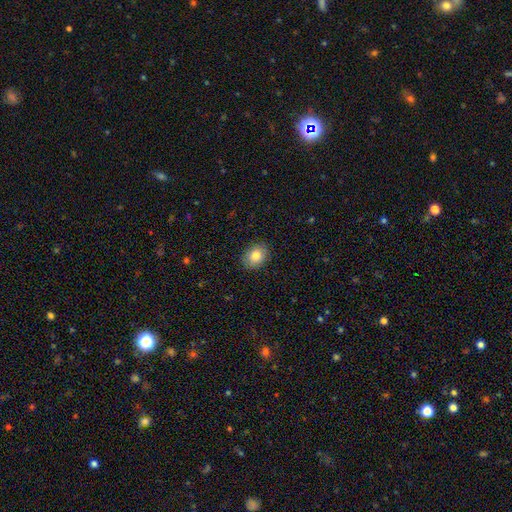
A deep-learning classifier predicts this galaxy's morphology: A smooth galaxy with no disk features (83%) that is in between round and cigar-shaped (58%).

Vote fractions:
- Smooth or featured? smooth: 83% / star or artifact: 8% / featured or disk: 8%
- How rounded? in between: 58% / round: 41% / cigar-shaped: 1%
- Merging? none: 88% / minor disturbance: 9% / major disturbance: 2% / merger: 1%